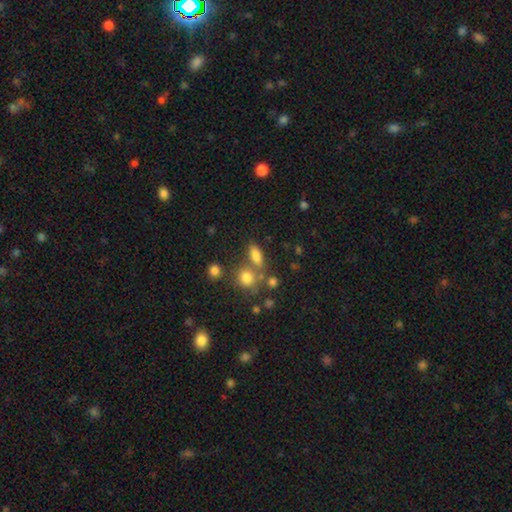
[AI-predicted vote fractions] A smooth galaxy with no disk features (79%) that is in between round and cigar-shaped (76%). Merging: none (60%).